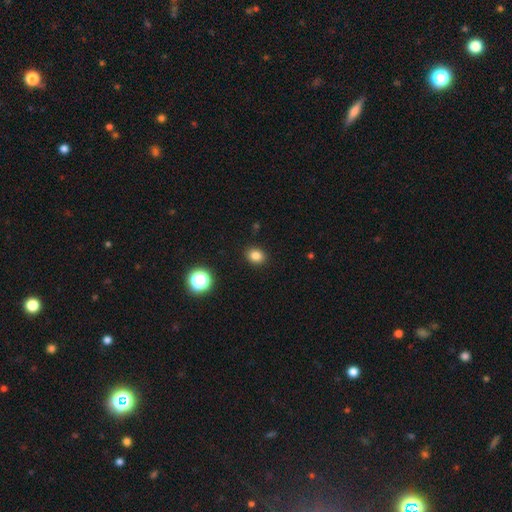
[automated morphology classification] Q: Smooth or featured?
A: smooth (82%); runner-up: star or artifact (13%)
Q: How rounded?
A: round (51%); runner-up: in between (49%)
Q: Merging?
A: none (91%); runner-up: minor disturbance (6%)